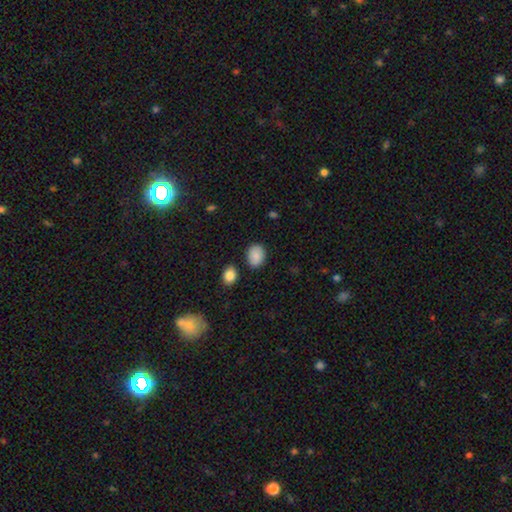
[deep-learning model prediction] Overall: smooth (88%). How rounded: in between (63%; round 36%). Merging: none (83%).